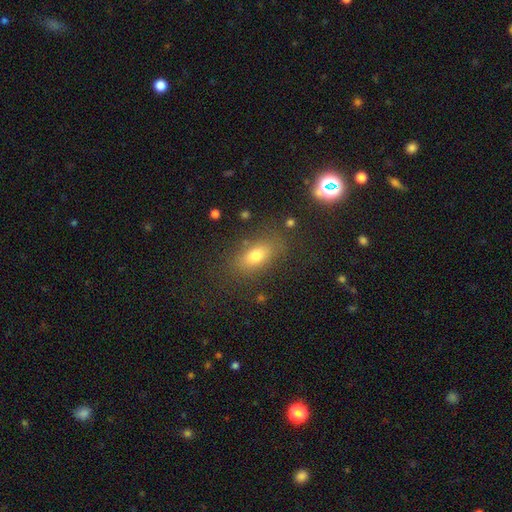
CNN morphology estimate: This appears to be a smooth galaxy with no disk features (69%) that is in between round and cigar-shaped (78%). Merging: none (80%).